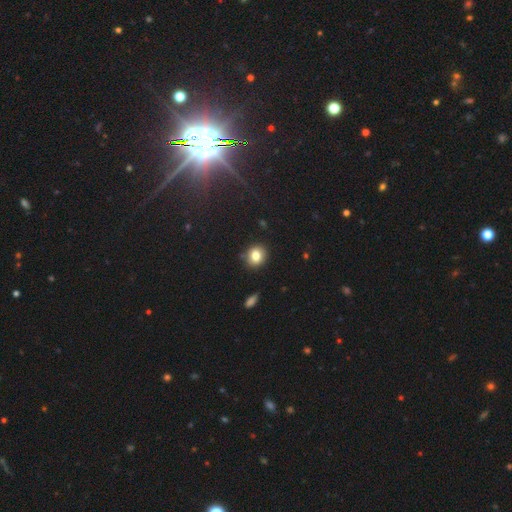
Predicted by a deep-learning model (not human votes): Smooth or featured: smooth — 81% (star or artifact — 10%)
How rounded: round — 75% (in between — 24%)
Merging: none — 85% (minor disturbance — 11%)